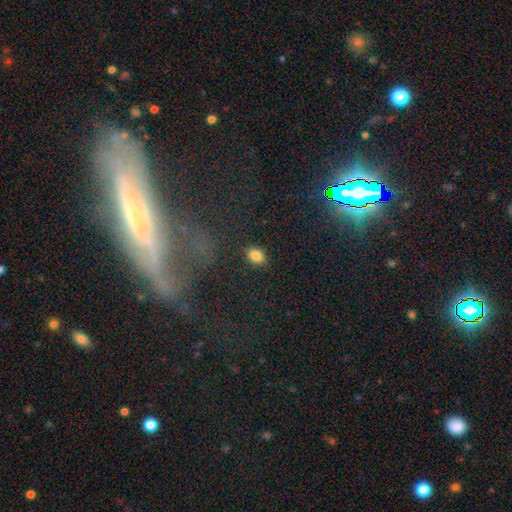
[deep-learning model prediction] smooth-or-featured: smooth: 85% | star or artifact: 10% | featured or disk: 5%
  how-rounded: in between: 78% | round: 20% | cigar-shaped: 2%
  merging: none: 86% | minor disturbance: 10% | major disturbance: 3% | merger: 1%